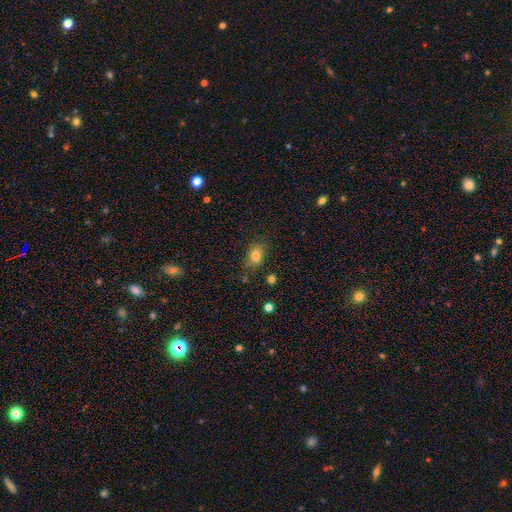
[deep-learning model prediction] A smooth galaxy with no disk features (79%) that is in between round and cigar-shaped (71%).

Vote fractions:
- Smooth or featured? smooth: 79% / star or artifact: 12% / featured or disk: 9%
- How rounded? in between: 71% / round: 27% / cigar-shaped: 2%
- Merging? none: 73% / minor disturbance: 19% / major disturbance: 5% / merger: 3%